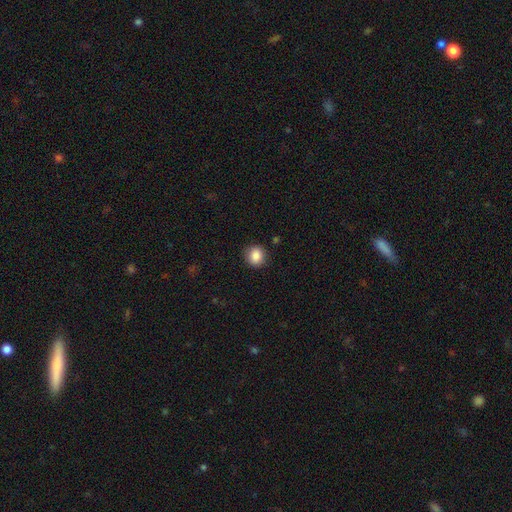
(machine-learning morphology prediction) Smooth or featured?
  - smooth: 87% *
  - star or artifact: 9%
  - featured or disk: 4%
How rounded?
  - round: 84% *
  - in between: 15%
  - cigar-shaped: 1%
Merging?
  - none: 88% *
  - minor disturbance: 9%
  - major disturbance: 2%
  - merger: 1%